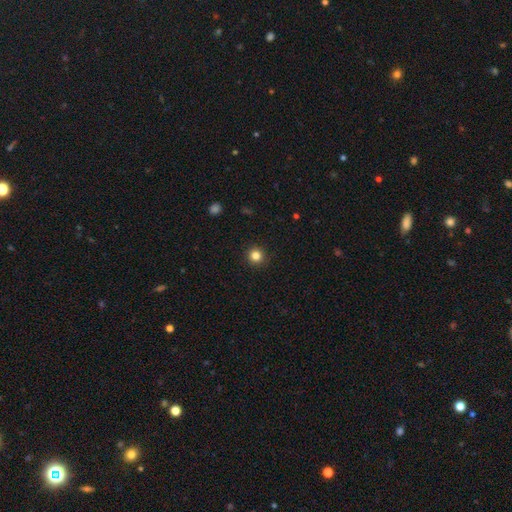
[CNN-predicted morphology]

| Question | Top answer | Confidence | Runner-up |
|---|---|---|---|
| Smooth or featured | smooth | 83% | star or artifact (12%) |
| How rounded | round | 95% | in between (4%) |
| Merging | none | 93% | minor disturbance (5%) |